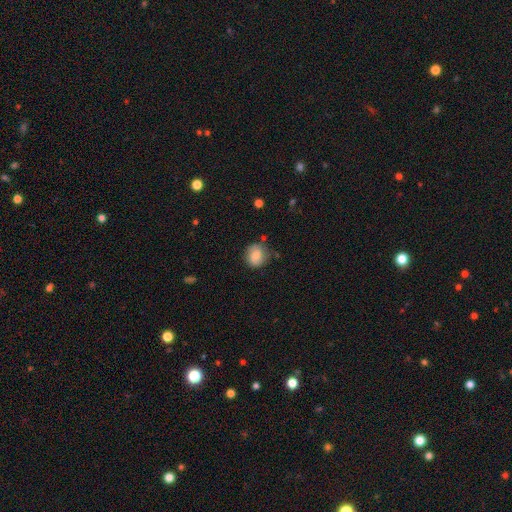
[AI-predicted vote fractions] smooth_or_featured: smooth (p=0.80) [alt: featured or disk p=0.11]
how_rounded: round (p=0.70) [alt: in between p=0.29]
merging: none (p=0.69) [alt: minor disturbance p=0.22]